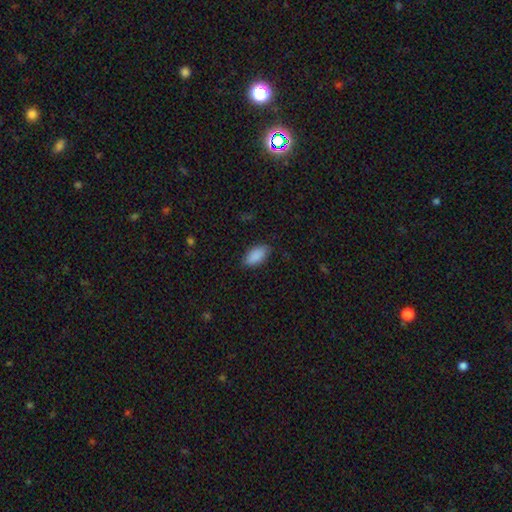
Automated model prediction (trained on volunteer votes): smooth_or_featured: smooth (p=0.89) [alt: star or artifact p=0.07]
how_rounded: in between (p=0.93) [alt: cigar-shaped p=0.05]
merging: none (p=0.83) [alt: minor disturbance p=0.13]